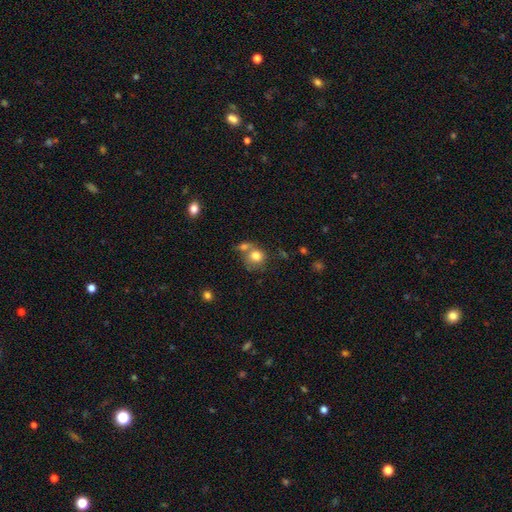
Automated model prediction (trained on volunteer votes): smooth 78%, featured or disk 12%, star or artifact 9%. Down the decision tree: how rounded — round (80%); merging — none (42%).